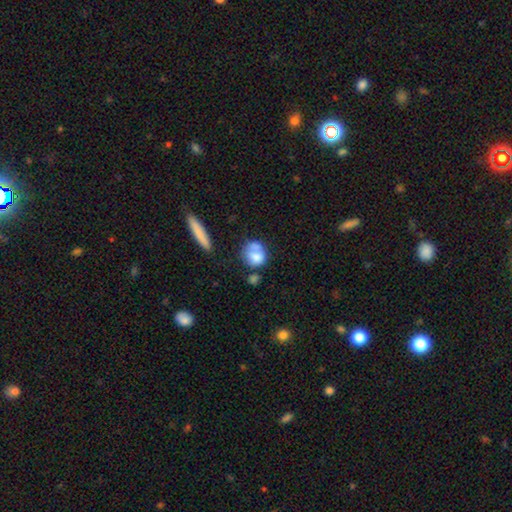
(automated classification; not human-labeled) Overall: smooth (69%). How rounded: round (71%). Merging: none (40%; merger 25%).